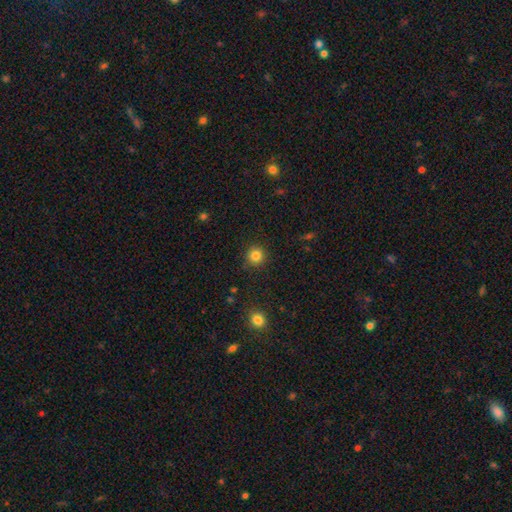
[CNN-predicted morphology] Q: Smooth or featured?
A: smooth (83%); runner-up: star or artifact (12%)
Q: How rounded?
A: round (94%); runner-up: in between (5%)
Q: Merging?
A: none (90%); runner-up: minor disturbance (6%)